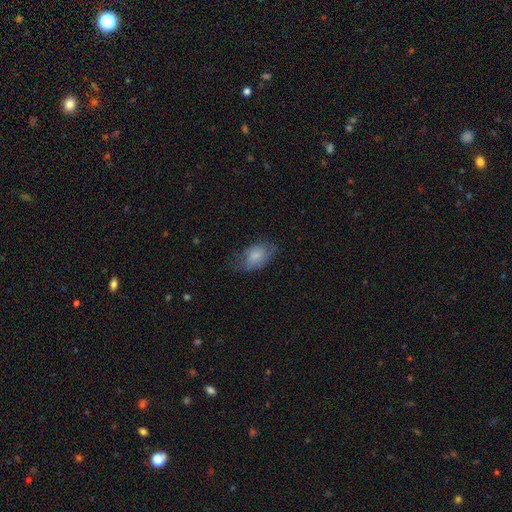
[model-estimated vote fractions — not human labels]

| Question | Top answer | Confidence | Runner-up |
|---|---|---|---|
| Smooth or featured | smooth | 76% | featured or disk (16%) |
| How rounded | in between | 89% | round (9%) |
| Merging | none | 52% | minor disturbance (31%) |